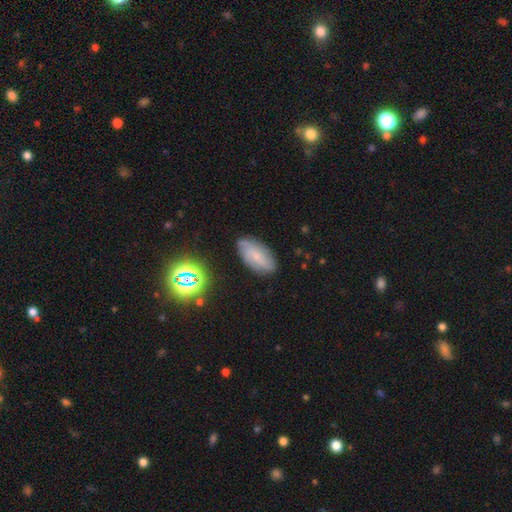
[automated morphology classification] Smooth or featured: smooth — 44% (featured or disk — 43%)
Merging: none — 76% (minor disturbance — 18%)